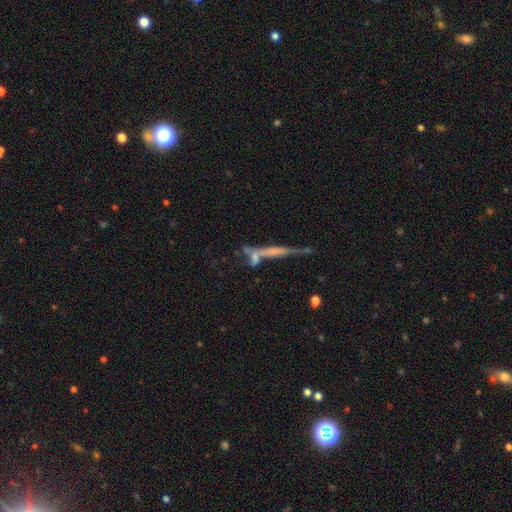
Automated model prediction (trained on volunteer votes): The model was most divided on "smooth or featured": featured or disk: 56%, smooth: 29%, star or artifact: 15%. More confident: edge-on disk — yes (84%); merging — none (54%).